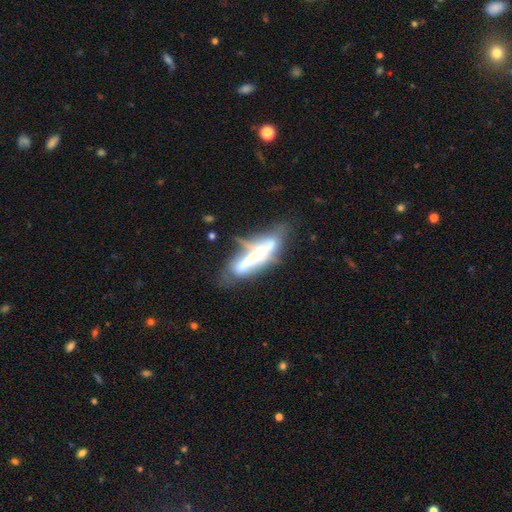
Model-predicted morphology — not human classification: This appears to be a featured or disk galaxy (56%) viewed edge-on (53%). Merging: none (34%).